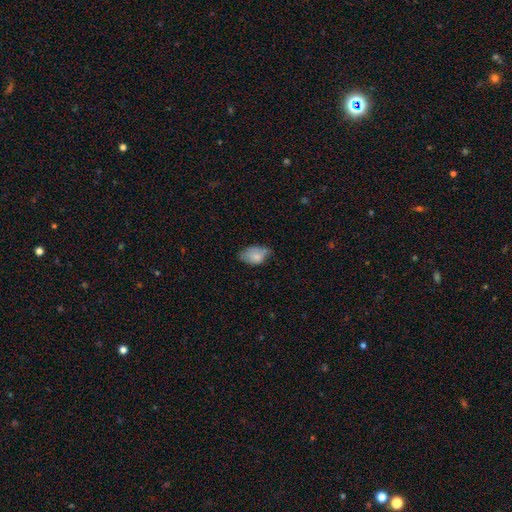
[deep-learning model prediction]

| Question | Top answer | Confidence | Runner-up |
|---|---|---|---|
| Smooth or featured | smooth | 74% | featured or disk (17%) |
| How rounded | in between | 88% | round (10%) |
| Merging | none | 44% | minor disturbance (39%) |